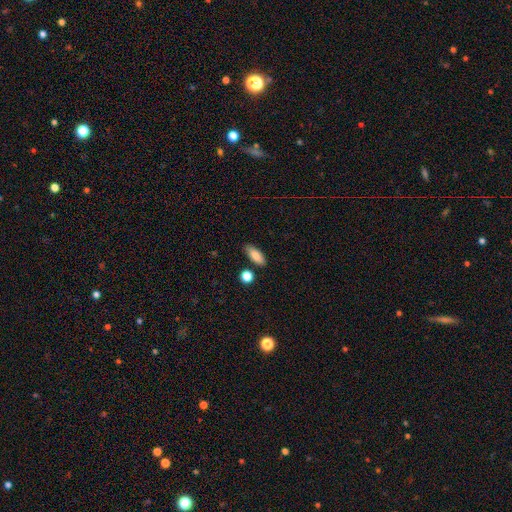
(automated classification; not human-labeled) Q: Smooth or featured?
A: smooth (84%); runner-up: featured or disk (9%)
Q: How rounded?
A: in between (79%); runner-up: cigar-shaped (18%)
Q: Merging?
A: none (81%); runner-up: minor disturbance (12%)